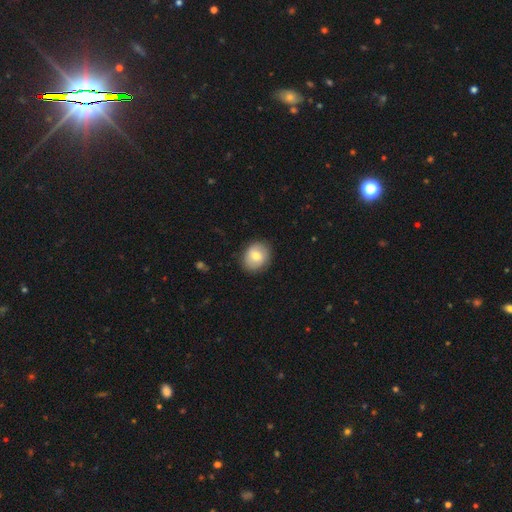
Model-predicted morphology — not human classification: Q: Smooth or featured?
A: smooth (69%); runner-up: featured or disk (24%)
Q: How rounded?
A: round (59%); runner-up: in between (40%)
Q: Merging?
A: none (86%); runner-up: minor disturbance (11%)